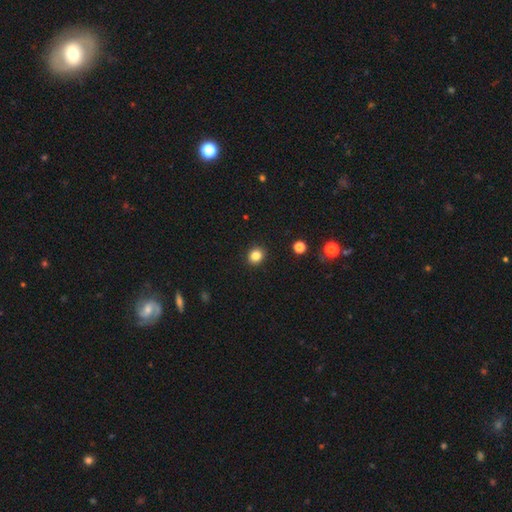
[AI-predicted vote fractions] smooth 83%, star or artifact 12%, featured or disk 5%. Down the decision tree: how rounded — round (76%); merging — none (92%).